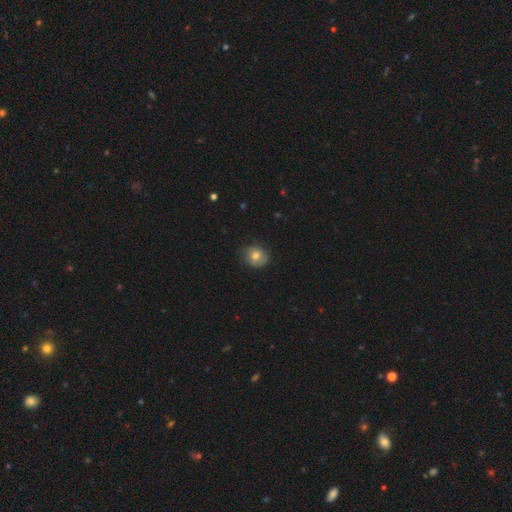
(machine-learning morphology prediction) This appears to be a smooth galaxy with no disk features (74%) that is round (77%). Merging: none (73%).